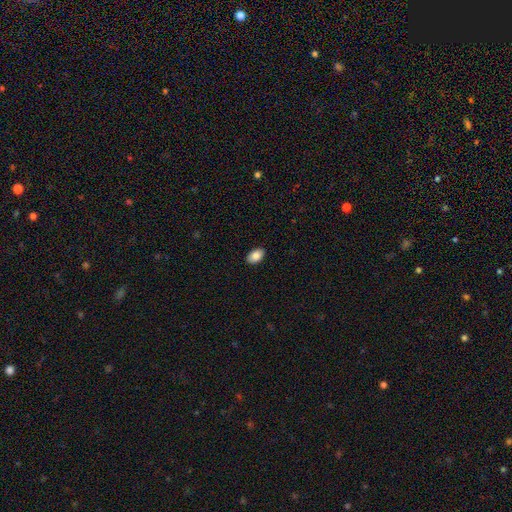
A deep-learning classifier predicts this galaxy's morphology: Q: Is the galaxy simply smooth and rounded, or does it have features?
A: smooth — 87%.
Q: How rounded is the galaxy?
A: in between — 92%.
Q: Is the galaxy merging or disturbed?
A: none — 90%.